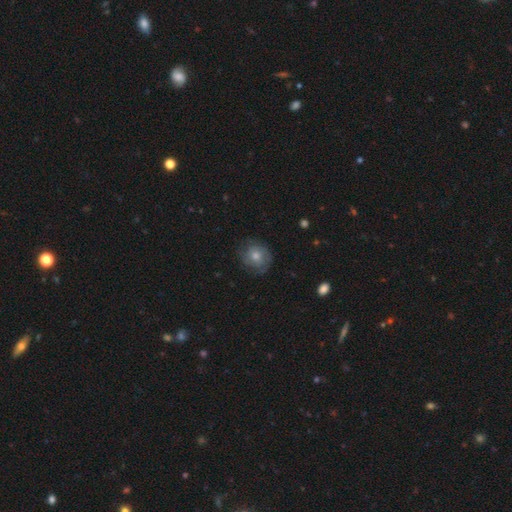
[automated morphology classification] Smooth or featured? featured or disk (53%)
Edge-on disk? no (97%)
Bar? no (81%)
Spiral arms? yes (84%)
Bulge size? moderate (59%)
Merging? none (77%)